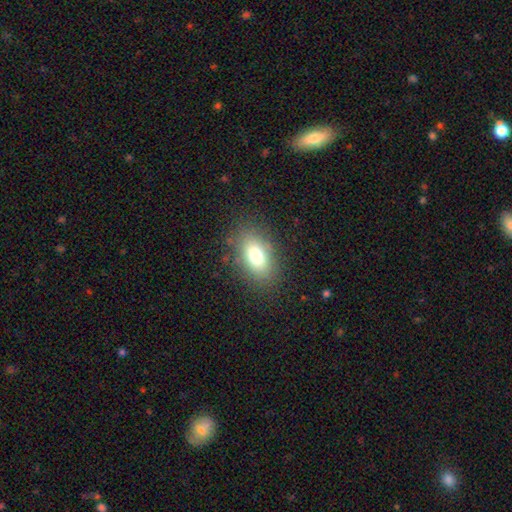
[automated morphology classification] Smooth or featured? smooth (76%)
How rounded? in between (86%)
Merging? none (83%)